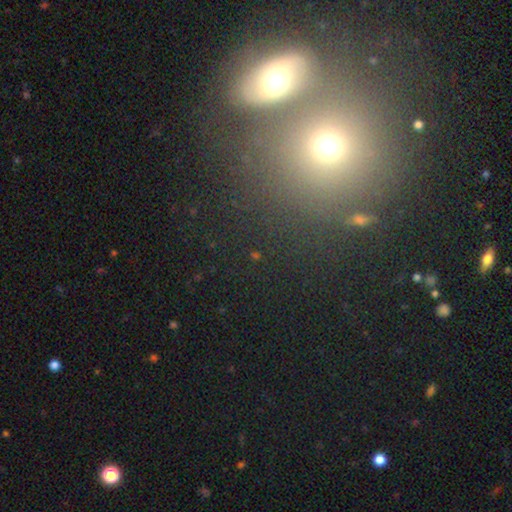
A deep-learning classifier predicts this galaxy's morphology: Smooth or featured? Predicted: star or artifact (p=0.56).